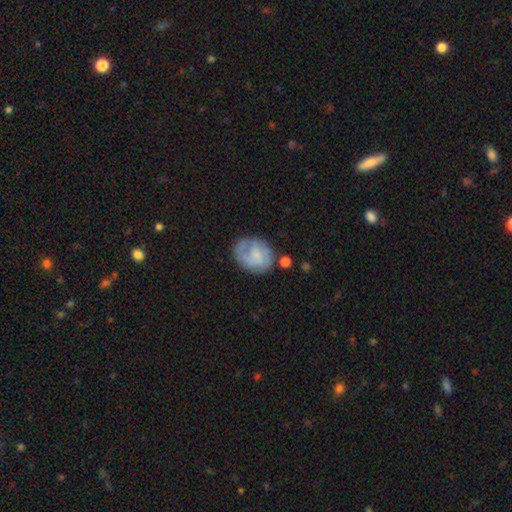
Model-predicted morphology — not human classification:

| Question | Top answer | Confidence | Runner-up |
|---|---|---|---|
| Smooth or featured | smooth | 47% | featured or disk (45%) |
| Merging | none | 58% | minor disturbance (24%) |